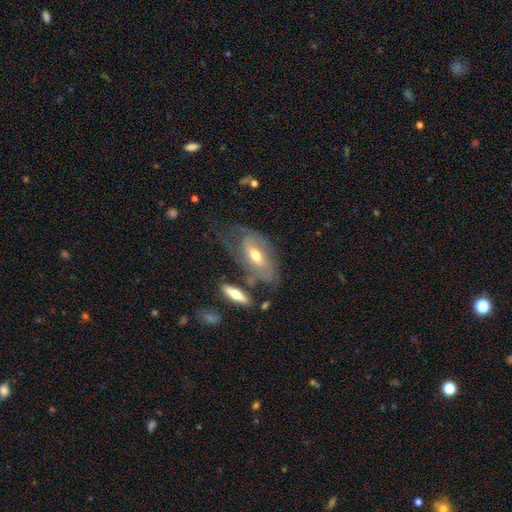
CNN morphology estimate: Q: Smooth or featured?
A: featured or disk (67%); runner-up: smooth (26%)
Q: Edge-on disk?
A: no (83%); runner-up: yes (17%)
Q: Bar?
A: no (42%); runner-up: weak (39%)
Q: Spiral arms?
A: yes (72%); runner-up: no (28%)
Q: Bulge size?
A: moderate (68%); runner-up: small (22%)
Q: Merging?
A: none (44%); runner-up: major disturbance (25%)